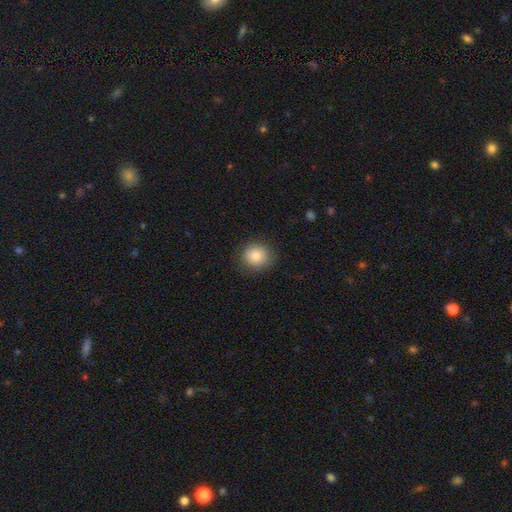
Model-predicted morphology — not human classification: smooth 84%, star or artifact 9%, featured or disk 7%. Down the decision tree: how rounded — round (84%); merging — none (86%).